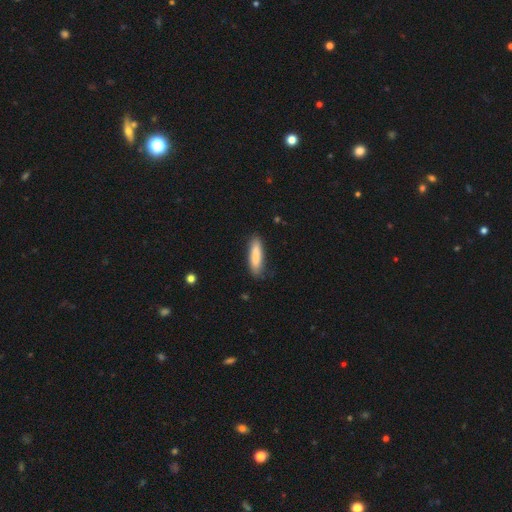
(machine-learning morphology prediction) The model was most divided on "how rounded": cigar-shaped: 68%, in between: 31%, round: 1%. More confident: smooth or featured — smooth (85%); merging — none (82%).